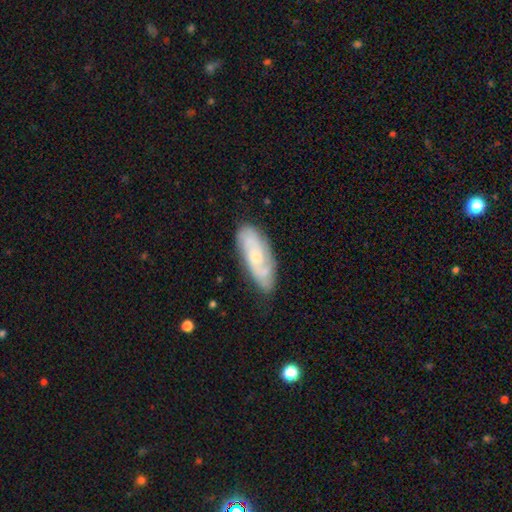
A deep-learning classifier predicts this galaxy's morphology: A featured or disk galaxy (59%) with no bar (66%), spiral arms (86%) and a small central bulge (56%). Merging: none (76%).